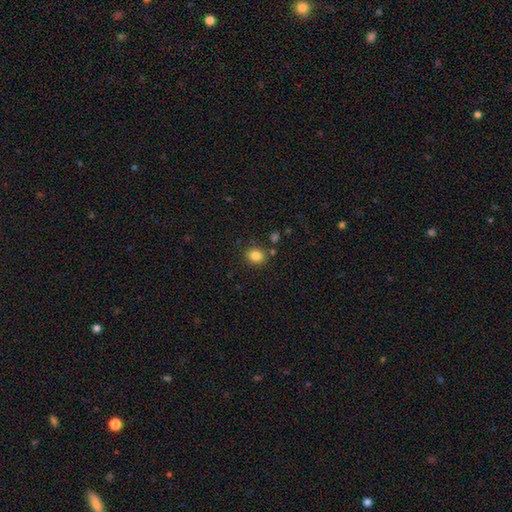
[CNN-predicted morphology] type=smooth (84%); roundness=round (80%); merging=none (84%).